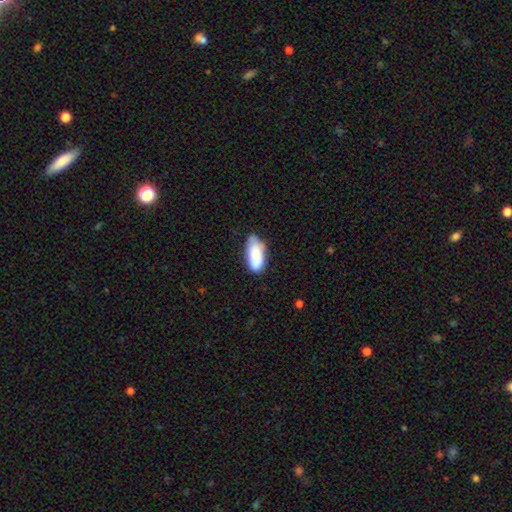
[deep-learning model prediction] Q: Smooth or featured?
A: smooth (83%); runner-up: featured or disk (10%)
Q: How rounded?
A: in between (90%); runner-up: cigar-shaped (8%)
Q: Merging?
A: none (62%); runner-up: minor disturbance (29%)